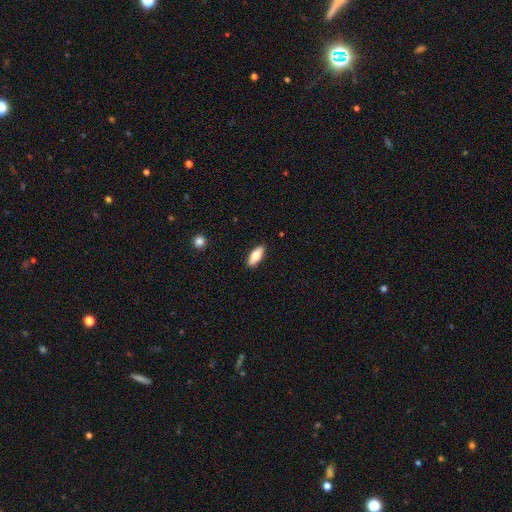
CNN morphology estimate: smooth_or_featured: smooth (p=0.71) [alt: featured or disk p=0.22]
how_rounded: in between (p=0.76) [alt: cigar-shaped p=0.21]
merging: none (p=0.90) [alt: minor disturbance p=0.08]